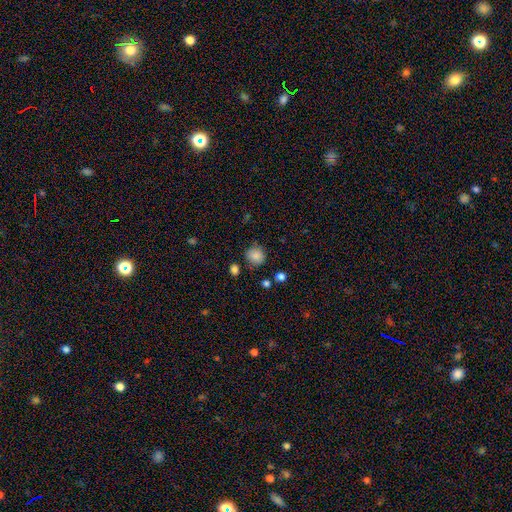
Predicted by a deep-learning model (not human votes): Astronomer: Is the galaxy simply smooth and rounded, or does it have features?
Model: smooth — 85%.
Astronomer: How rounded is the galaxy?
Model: round — 88%.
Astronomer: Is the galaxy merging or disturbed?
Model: none — 80%.